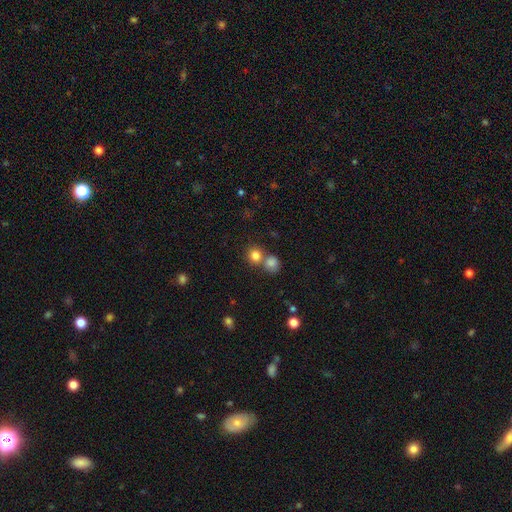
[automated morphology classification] smooth 81%, star or artifact 12%, featured or disk 7%. Down the decision tree: how rounded — round (87%); merging — none (56%).